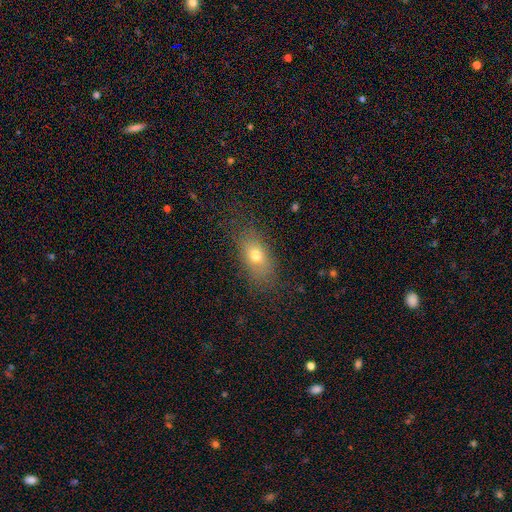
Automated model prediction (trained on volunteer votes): Smooth or featured?
  - smooth: 71% *
  - featured or disk: 18%
  - star or artifact: 11%
How rounded?
  - in between: 78% *
  - round: 13%
  - cigar-shaped: 10%
Merging?
  - none: 75% *
  - minor disturbance: 16%
  - major disturbance: 8%
  - merger: 1%